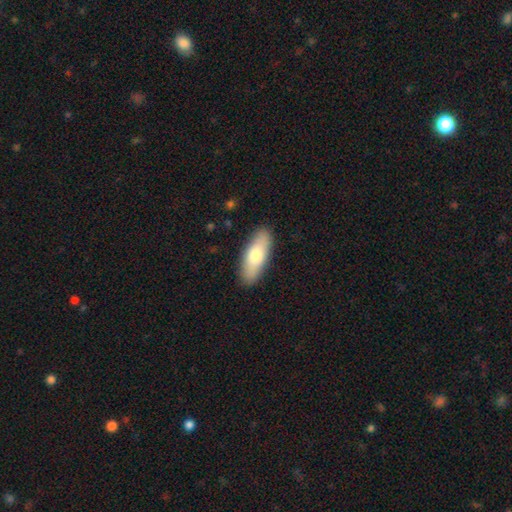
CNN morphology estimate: smooth 73%, featured or disk 21%, star or artifact 6%. Down the decision tree: how rounded — in between (70%); merging — none (88%).